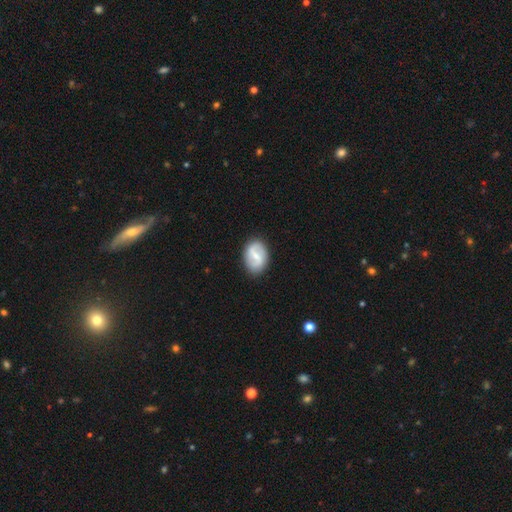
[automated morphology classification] Smooth or featured: featured or disk — 61% (smooth — 33%)
Edge-on disk: no — 97% (yes — 3%)
Bar: weak — 44% (strong — 43%)
Spiral arms: yes — 72% (no — 28%)
Bulge size: small — 50% (moderate — 32%)
Merging: none — 85% (minor disturbance — 10%)